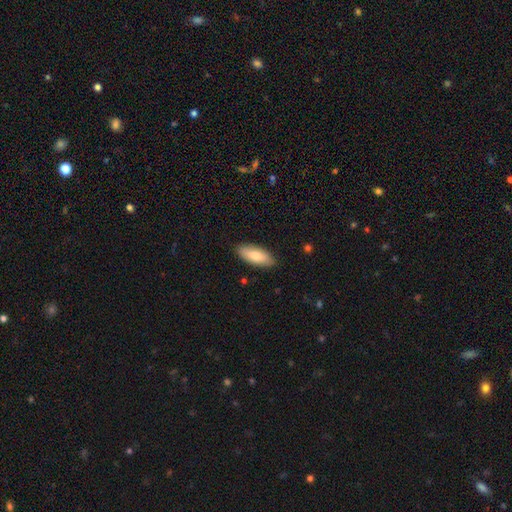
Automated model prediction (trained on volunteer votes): smooth_or_featured: smooth (p=0.78) [alt: featured or disk p=0.16]
how_rounded: in between (p=0.81) [alt: cigar-shaped p=0.18]
merging: none (p=0.87) [alt: minor disturbance p=0.10]